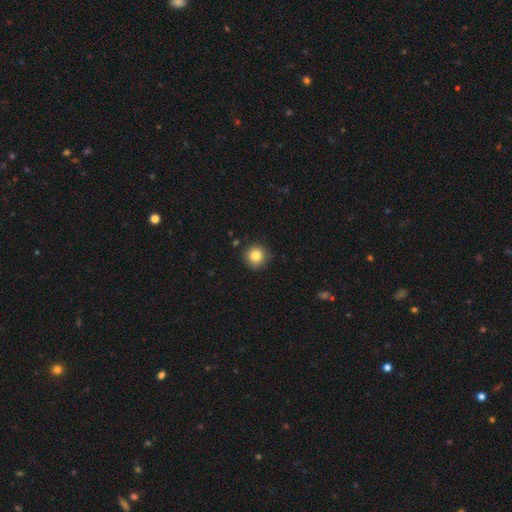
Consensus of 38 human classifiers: Overall: smooth (89%). How rounded: round (100%). Merging: none (100%).